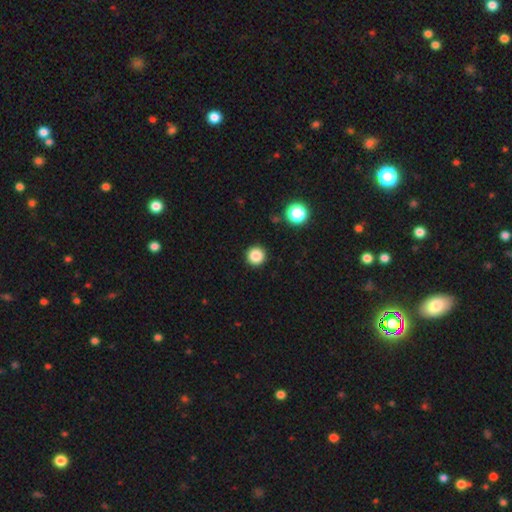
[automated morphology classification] A smooth galaxy with no disk features (85%) that is round (96%). Merging: none (93%).